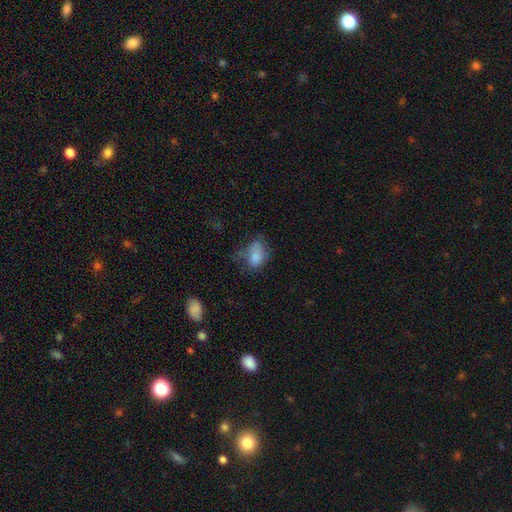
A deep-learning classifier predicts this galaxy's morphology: This appears to be a smooth galaxy with no disk features (74%) that is in between round and cigar-shaped (81%). Merging: none (33%).